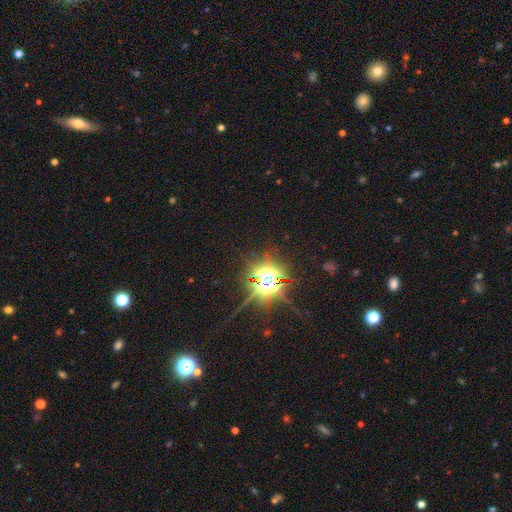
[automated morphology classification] smooth_or_featured: star or artifact (p=0.81) [alt: smooth p=0.13]